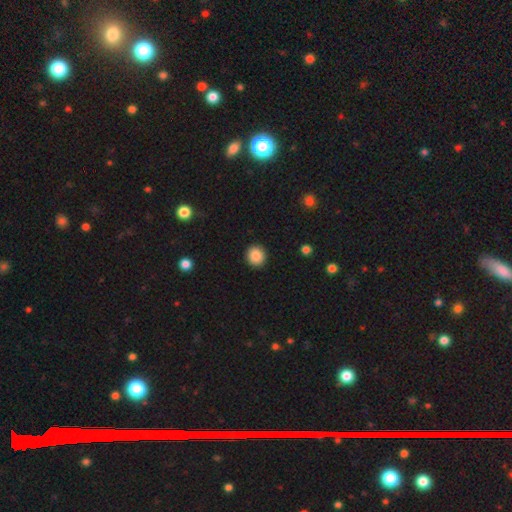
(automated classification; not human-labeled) smooth 87%, star or artifact 9%, featured or disk 4%. Down the decision tree: how rounded — round (90%); merging — none (92%).